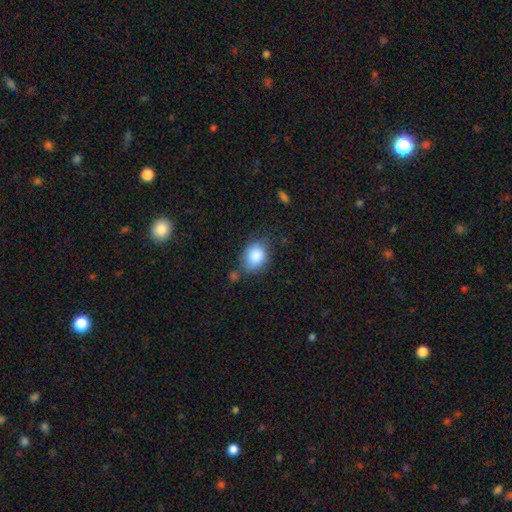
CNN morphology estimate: This appears to be a smooth galaxy with no disk features (85%) that is in between round and cigar-shaped (67%). Merging: none (59%).